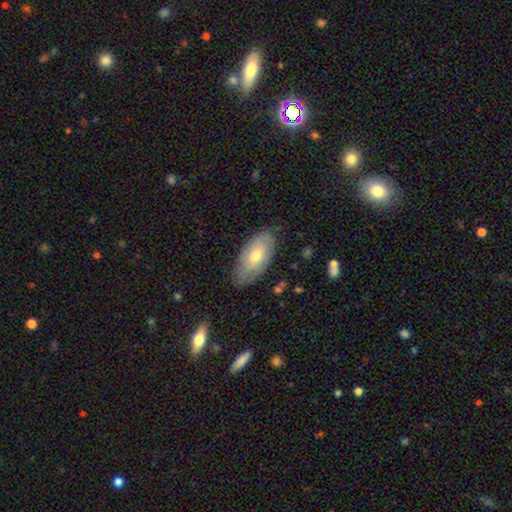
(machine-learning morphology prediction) A smooth galaxy with no disk features (50%). Merging: none (77%).